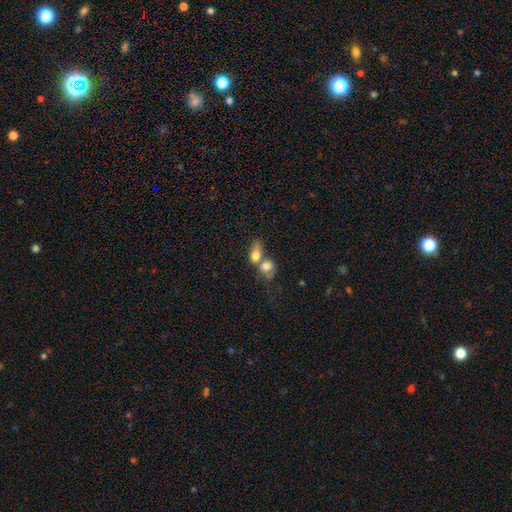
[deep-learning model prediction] smooth-or-featured: smooth: 76% | featured or disk: 15% | star or artifact: 9%
  how-rounded: in between: 65% | round: 31% | cigar-shaped: 5%
  merging: merger: 67% | none: 20% | minor disturbance: 8% | major disturbance: 6%